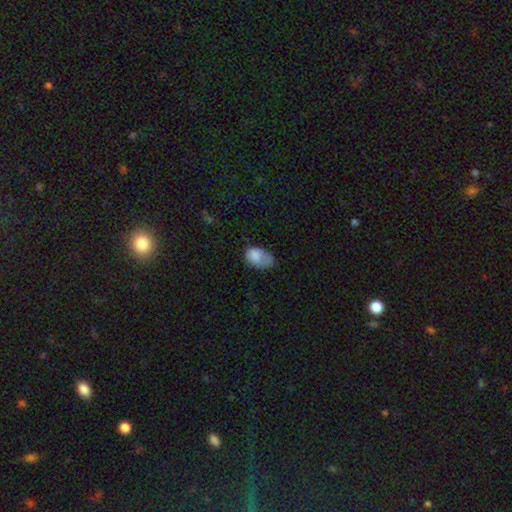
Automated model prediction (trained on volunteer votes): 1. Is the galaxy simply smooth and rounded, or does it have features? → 80% smooth, 12% featured or disk, 9% star or artifact.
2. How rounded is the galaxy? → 88% in between, 11% round, 1% cigar-shaped.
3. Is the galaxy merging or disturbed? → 41% minor disturbance, 33% none, 23% major disturbance, 4% merger.